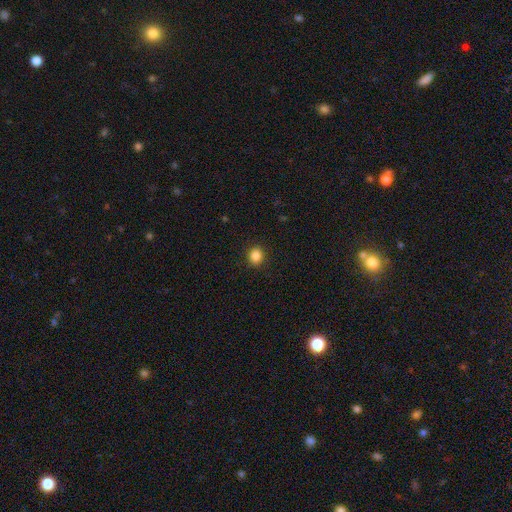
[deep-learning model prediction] Smooth or featured? Predicted: smooth (p=0.86). How rounded? Predicted: round (p=0.75). Merging? Predicted: none (p=0.91).